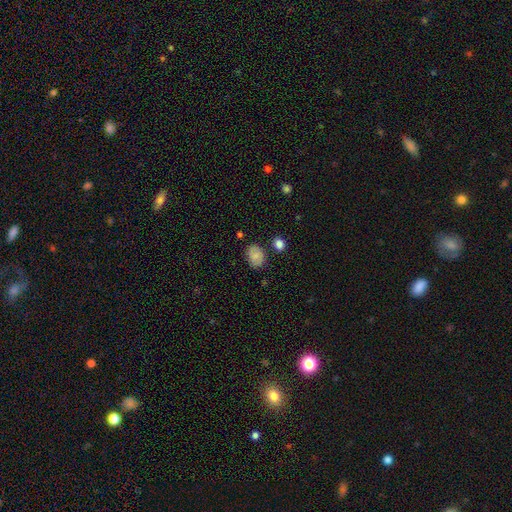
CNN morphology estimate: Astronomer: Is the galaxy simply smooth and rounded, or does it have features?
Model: smooth — 77%.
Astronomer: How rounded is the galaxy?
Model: in between — 66%.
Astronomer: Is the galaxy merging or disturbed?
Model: none — 78%.